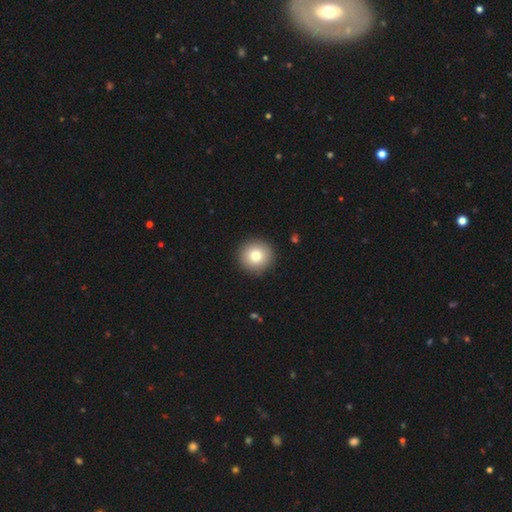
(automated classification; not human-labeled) Smooth or featured?
  - smooth: 78% *
  - featured or disk: 13%
  - star or artifact: 10%
How rounded?
  - round: 95% *
  - in between: 4%
  - cigar-shaped: 1%
Merging?
  - none: 92% *
  - minor disturbance: 5%
  - major disturbance: 2%
  - merger: 1%